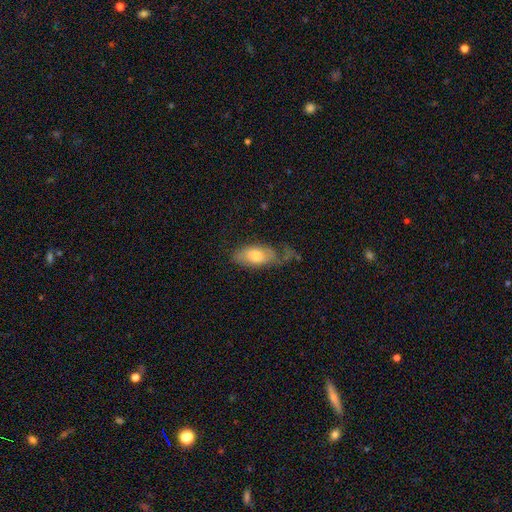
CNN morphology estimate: smooth 61%, featured or disk 32%, star or artifact 7%. Down the decision tree: how rounded — in between (86%); merging — none (41%).